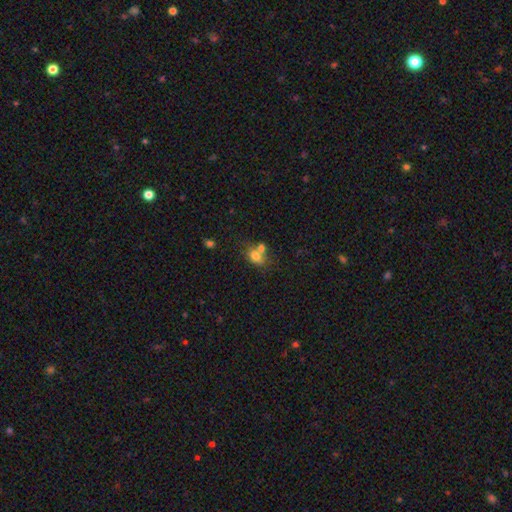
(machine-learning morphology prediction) This is likely a smooth galaxy (75%). How rounded: likely in between (69%). Merging: marginally merger (45%).